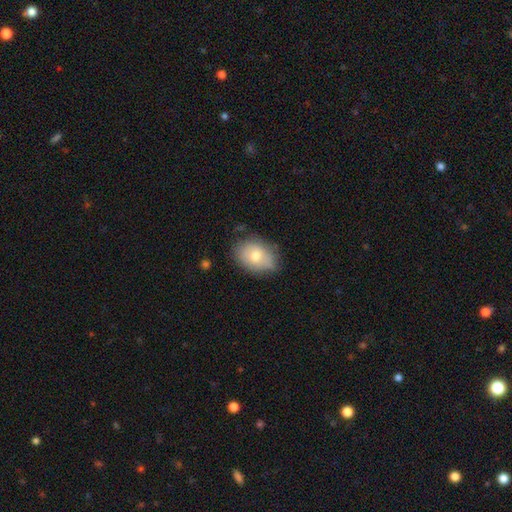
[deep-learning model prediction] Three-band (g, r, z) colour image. It shows a smooth galaxy with no disk features (71%) that is in between round and cigar-shaped (73%). Merging: none (68%).